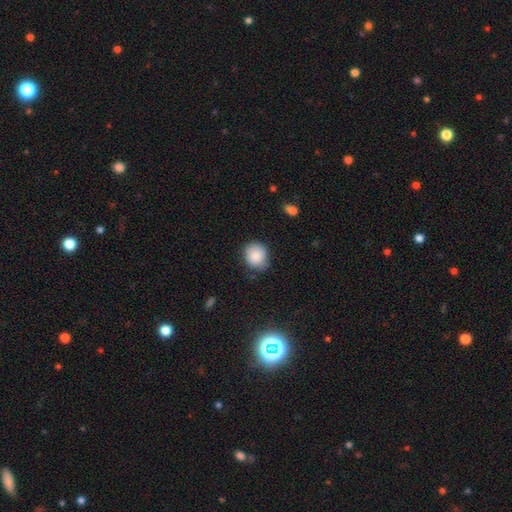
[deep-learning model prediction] Smooth or featured: smooth — 84% (star or artifact — 9%)
How rounded: round — 79% (in between — 20%)
Merging: none — 71% (minor disturbance — 23%)